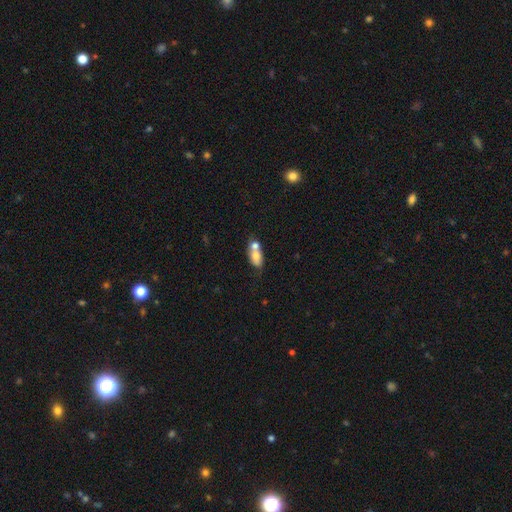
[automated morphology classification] A smooth galaxy with no disk features (68%) that is in between round and cigar-shaped (77%).

Vote fractions:
- Smooth or featured? smooth: 68% / featured or disk: 23% / star or artifact: 8%
- How rounded? in between: 77% / round: 16% / cigar-shaped: 7%
- Merging? merger: 58% / none: 26% / minor disturbance: 11% / major disturbance: 5%